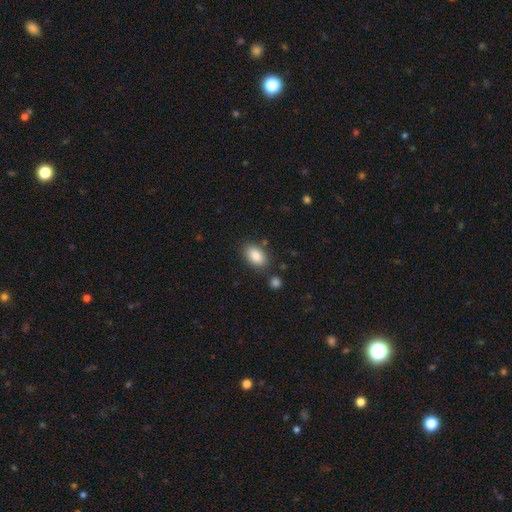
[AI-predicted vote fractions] Smooth or featured? smooth (86%)
How rounded? in between (90%)
Merging? none (80%)